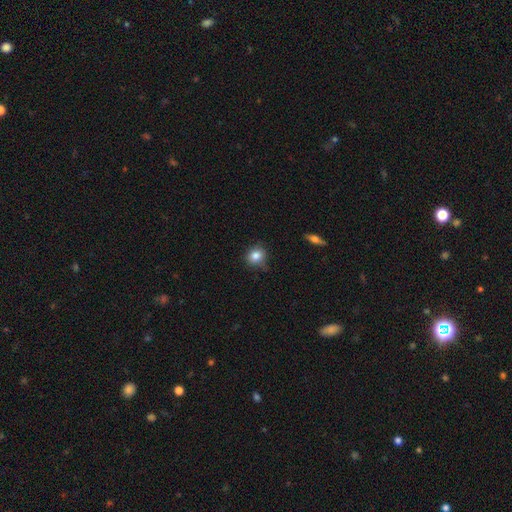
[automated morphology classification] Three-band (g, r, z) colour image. It shows a smooth galaxy with no disk features (84%) that is round (75%). Merging: none (77%).